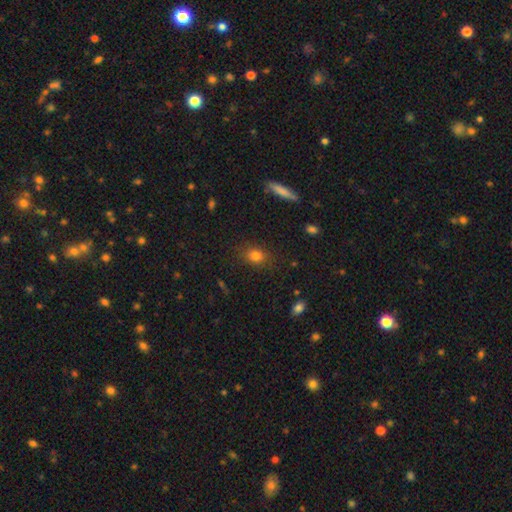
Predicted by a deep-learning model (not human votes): Q: Smooth or featured?
A: smooth (79%); runner-up: star or artifact (13%)
Q: How rounded?
A: in between (58%); runner-up: round (39%)
Q: Merging?
A: none (82%); runner-up: minor disturbance (13%)